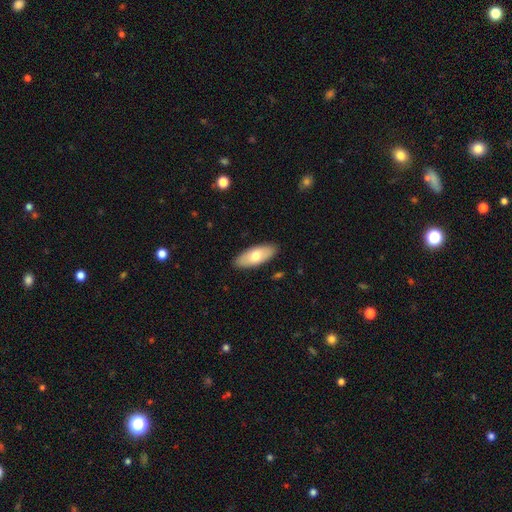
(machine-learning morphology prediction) smooth-or-featured: smooth: 69% | featured or disk: 25% | star or artifact: 5%
  how-rounded: in between: 83% | cigar-shaped: 15% | round: 2%
  merging: none: 89% | minor disturbance: 9% | major disturbance: 2% | merger: 1%